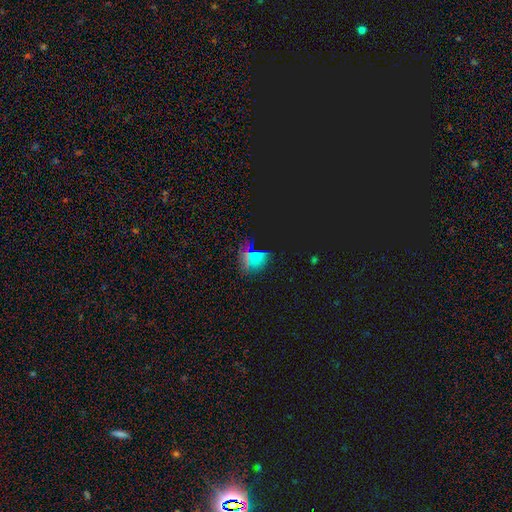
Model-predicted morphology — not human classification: star or artifact 47%, smooth 44%, featured or disk 9%.